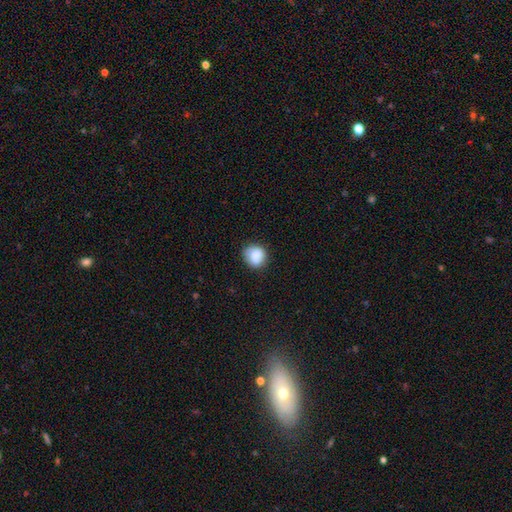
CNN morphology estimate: Smooth or featured? smooth (85%)
How rounded? round (79%)
Merging? none (74%)